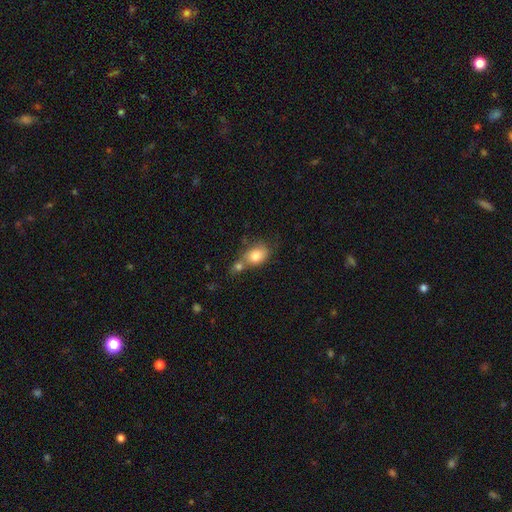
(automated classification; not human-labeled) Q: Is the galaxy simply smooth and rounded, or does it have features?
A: smooth — 80%.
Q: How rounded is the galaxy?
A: in between — 69%.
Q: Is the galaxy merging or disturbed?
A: merger — 49%.